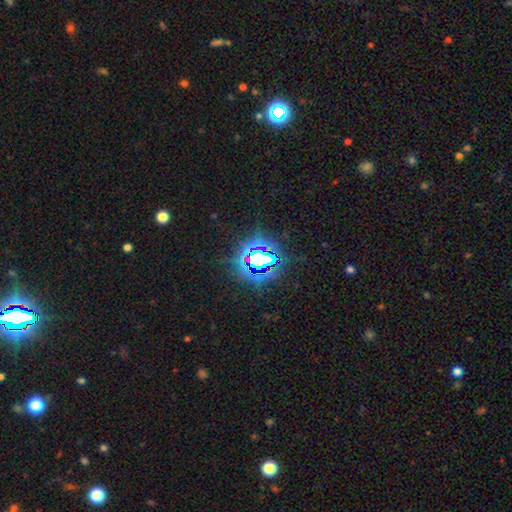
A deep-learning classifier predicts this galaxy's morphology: Overall: star or artifact (76%).